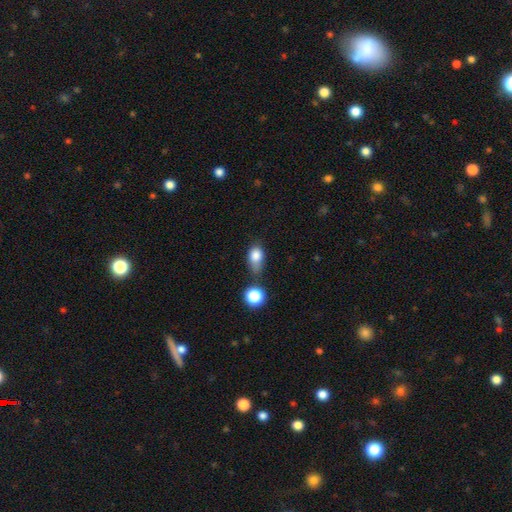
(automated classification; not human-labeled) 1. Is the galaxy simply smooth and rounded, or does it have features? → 81% smooth, 11% star or artifact, 9% featured or disk.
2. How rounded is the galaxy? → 69% in between, 28% round, 3% cigar-shaped.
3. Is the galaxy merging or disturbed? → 37% none, 31% minor disturbance, 17% merger, 15% major disturbance.